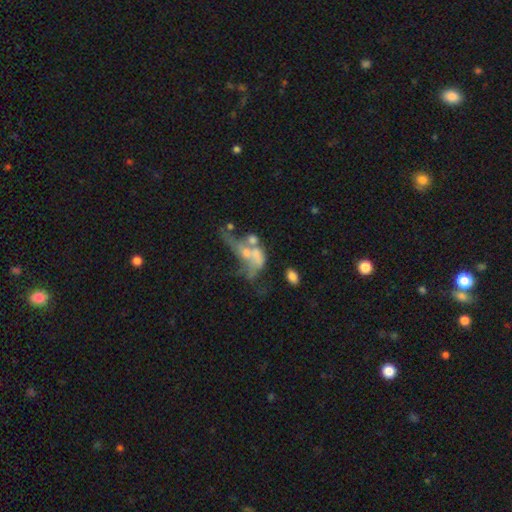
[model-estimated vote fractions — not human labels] The model was most divided on "merging": merger: 43%, major disturbance: 33%, none: 15%, minor disturbance: 9%. More confident: edge-on disk — no (95%); bar — no (84%); spiral arms — no (83%); smooth or featured — featured or disk (57%); bulge size — none (51%).